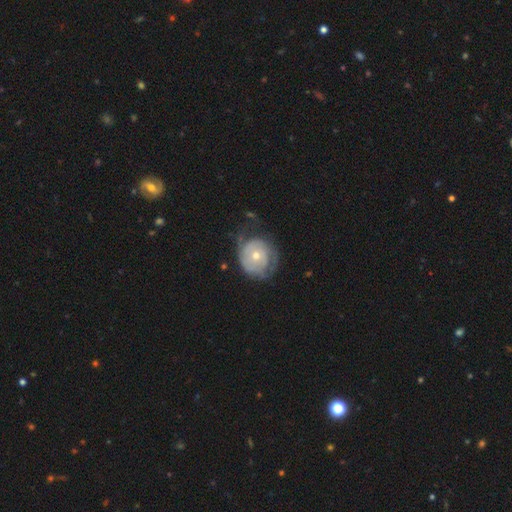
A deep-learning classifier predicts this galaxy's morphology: Smooth or featured?
  - featured or disk: 61% *
  - smooth: 33%
  - star or artifact: 6%
Edge-on disk?
  - no: 97% *
  - yes: 3%
Bar?
  - no: 84% *
  - weak: 13%
  - strong: 3%
Spiral arms?
  - yes: 66% *
  - no: 34%
Bulge size?
  - moderate: 53% *
  - small: 43%
  - large: 3%
  - none: 1%
  - dominant: 1%
Merging?
  - none: 48% *
  - minor disturbance: 28%
  - major disturbance: 22%
  - merger: 2%